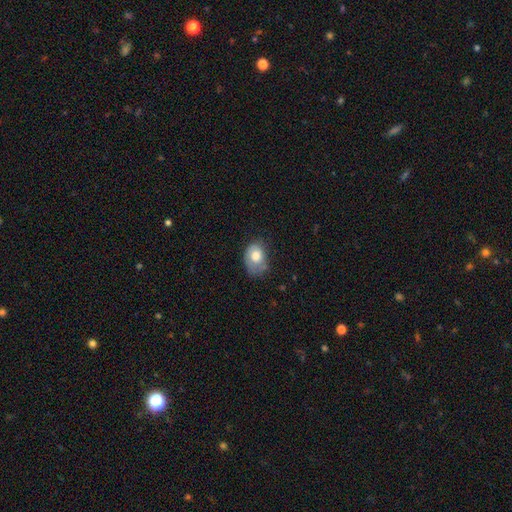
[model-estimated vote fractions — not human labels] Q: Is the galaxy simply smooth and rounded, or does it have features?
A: smooth — 68%.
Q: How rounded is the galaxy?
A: in between — 70%.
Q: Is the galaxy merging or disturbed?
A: none — 39%.